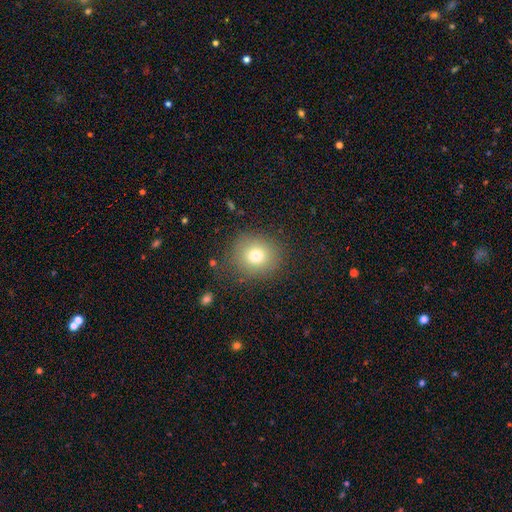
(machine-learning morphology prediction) The model was most divided on "smooth or featured": smooth: 75%, star or artifact: 13%, featured or disk: 12%. More confident: how rounded — round (85%); merging — none (82%).